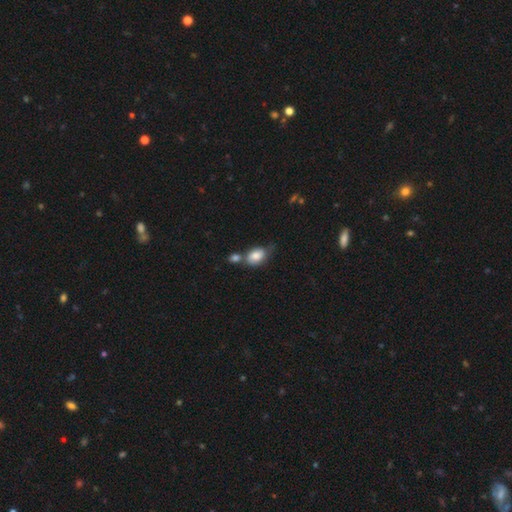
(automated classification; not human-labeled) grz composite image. It shows a smooth galaxy with no disk features (80%) that is in between round and cigar-shaped (81%). Merging: merger (38%).